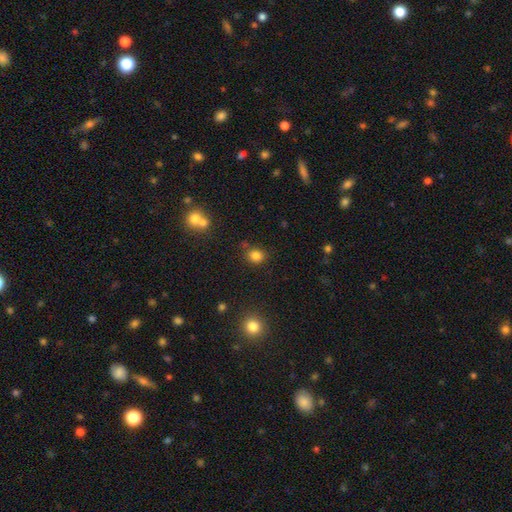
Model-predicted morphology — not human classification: Smooth or featured? smooth (82%)
How rounded? round (77%)
Merging? none (77%)